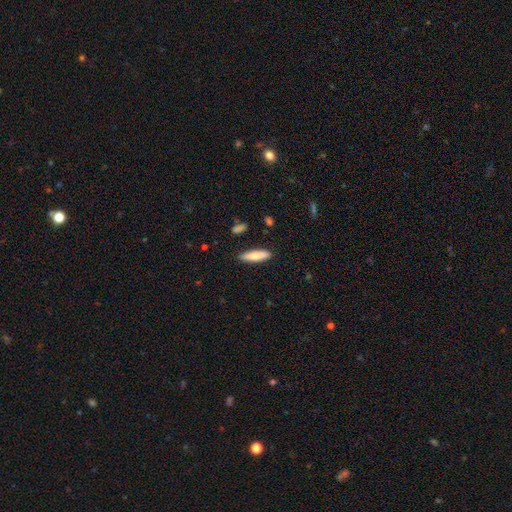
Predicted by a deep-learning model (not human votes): smooth-or-featured: smooth: 80% | featured or disk: 15% | star or artifact: 6%
  how-rounded: cigar-shaped: 69% | in between: 30% | round: 2%
  merging: none: 87% | minor disturbance: 9% | major disturbance: 2% | merger: 2%